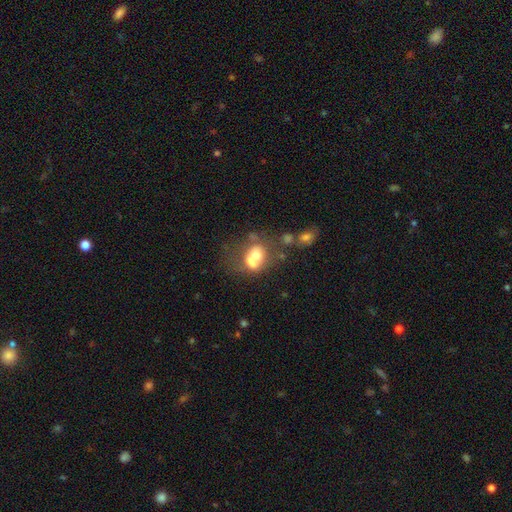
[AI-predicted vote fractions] Smooth or featured: smooth — 58% (featured or disk — 30%)
How rounded: round — 58% (in between — 41%)
Merging: merger — 50% (none — 26%)